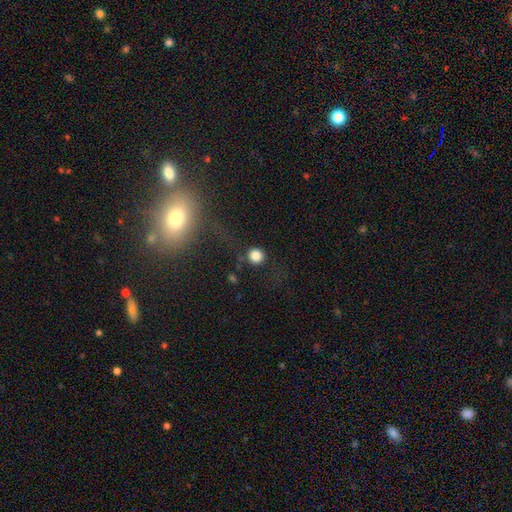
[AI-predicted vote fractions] This appears to be a smooth galaxy with no disk features (82%) that is round (93%). Merging: none (81%).